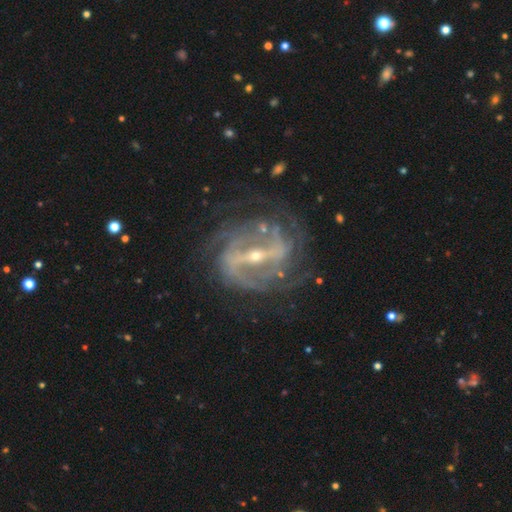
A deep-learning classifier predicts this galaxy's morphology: type=featured or disk (90%); edge-on=no (95%); bar=strong (76%); spiral arms=yes (95%); winding=medium (44%); arm count=2 (51%); bulge=small (69%); merging=none (71%).